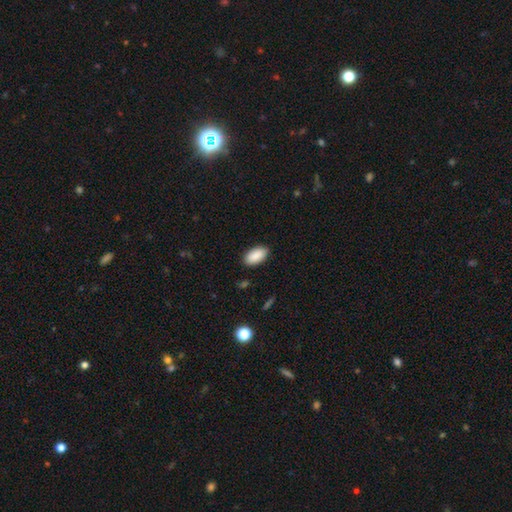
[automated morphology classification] Smooth or featured?
  - smooth: 90% *
  - star or artifact: 6%
  - featured or disk: 4%
How rounded?
  - in between: 95% *
  - cigar-shaped: 3%
  - round: 3%
Merging?
  - none: 88% *
  - minor disturbance: 9%
  - major disturbance: 2%
  - merger: 1%